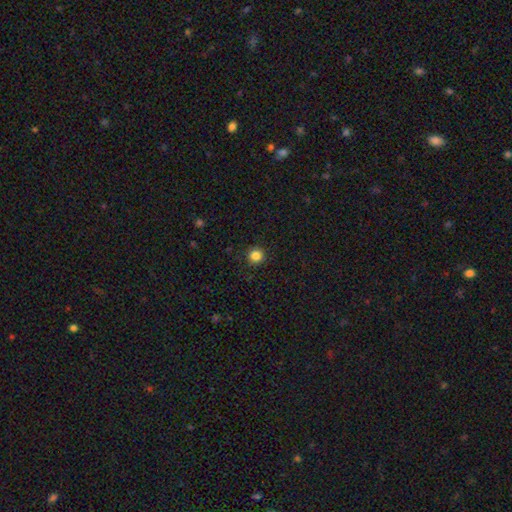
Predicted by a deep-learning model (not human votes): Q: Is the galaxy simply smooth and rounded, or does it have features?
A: smooth — 85%.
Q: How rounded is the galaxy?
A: round — 96%.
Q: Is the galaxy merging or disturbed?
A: none — 92%.